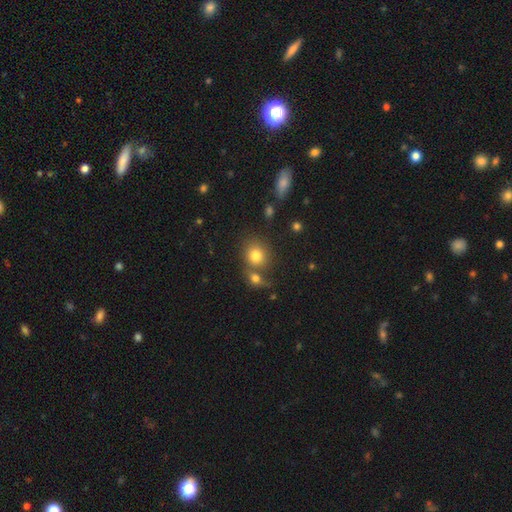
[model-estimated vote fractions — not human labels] Smooth or featured? Predicted: smooth (p=0.78). How rounded? Predicted: round (p=0.75). Merging? Predicted: none (p=0.56).